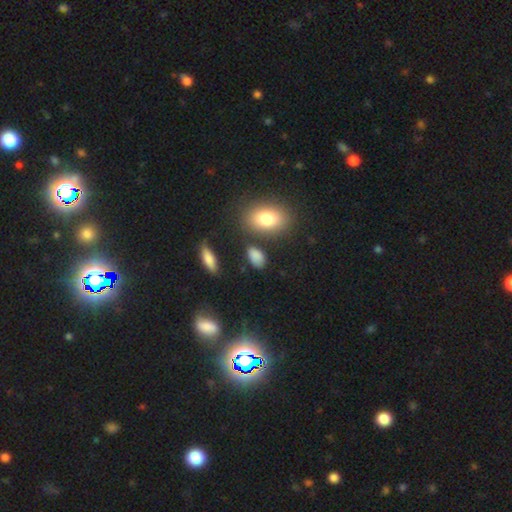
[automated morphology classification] The model was most divided on "merging": none: 73%, minor disturbance: 16%, merger: 6%, major disturbance: 5%. More confident: how rounded — in between (87%); smooth or featured — smooth (82%).